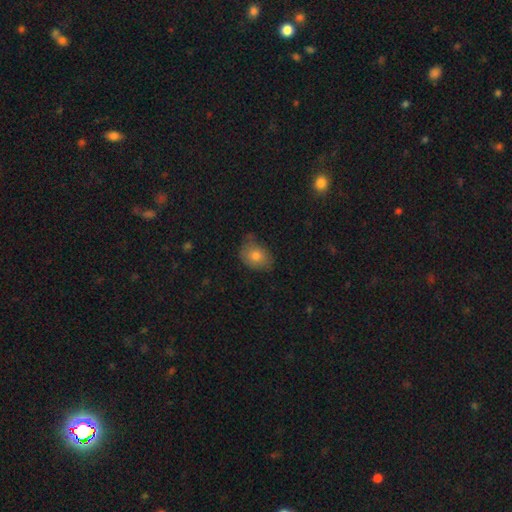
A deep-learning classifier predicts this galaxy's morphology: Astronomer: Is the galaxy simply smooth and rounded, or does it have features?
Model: smooth — 77%.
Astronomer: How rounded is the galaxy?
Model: in between — 65%.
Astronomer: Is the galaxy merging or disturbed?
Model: none — 59%.